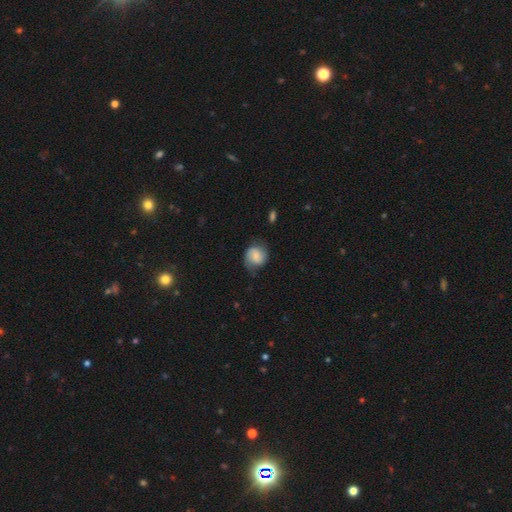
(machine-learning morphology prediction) smooth-or-featured: smooth: 52% | featured or disk: 40% | star or artifact: 8%
  how-rounded: round: 71% | in between: 28% | cigar-shaped: 1%
  merging: none: 59% | minor disturbance: 27% | major disturbance: 12% | merger: 2%